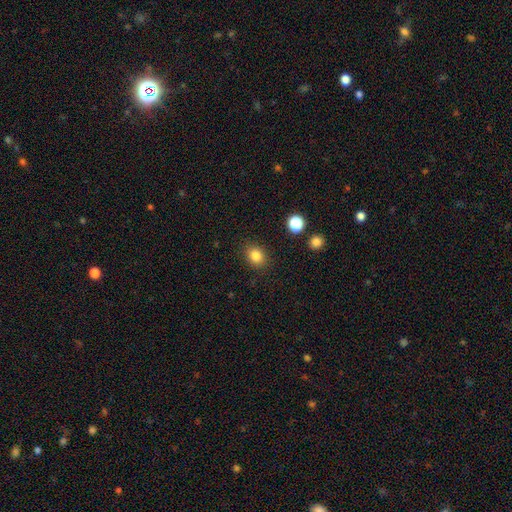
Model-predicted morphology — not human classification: type=smooth (84%); roundness=round (50%); merging=none (87%).